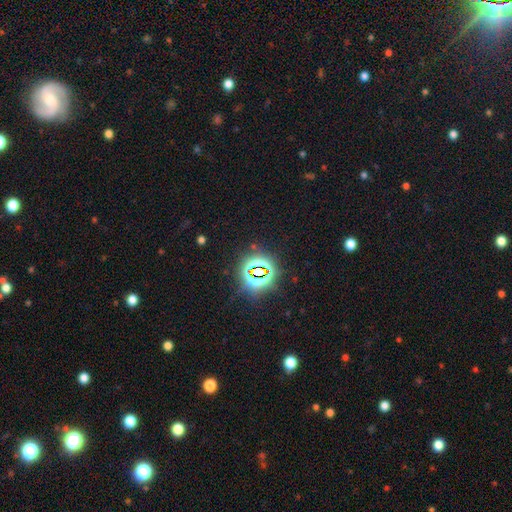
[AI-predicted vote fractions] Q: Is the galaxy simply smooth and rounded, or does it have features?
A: star or artifact — 81%.